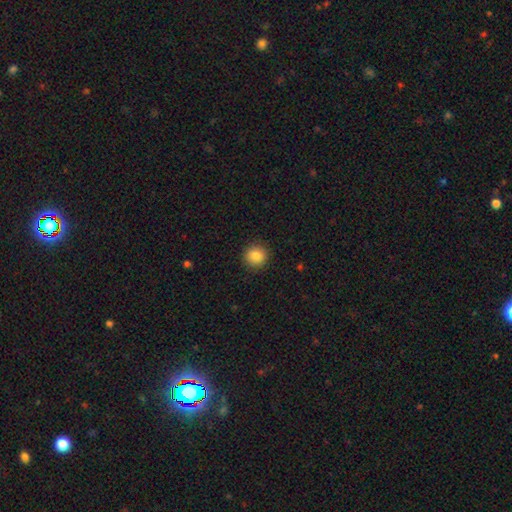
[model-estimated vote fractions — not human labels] Morphology: type=smooth (86%); roundness=round (91%); merging=none (91%).